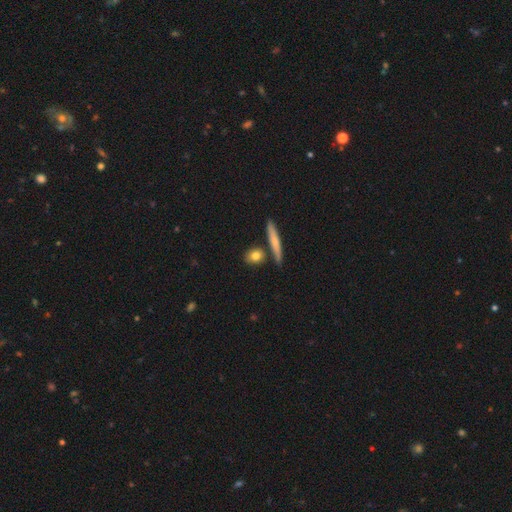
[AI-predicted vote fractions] Smooth or featured? smooth (78%)
How rounded? round (45%)
Merging? none (74%)